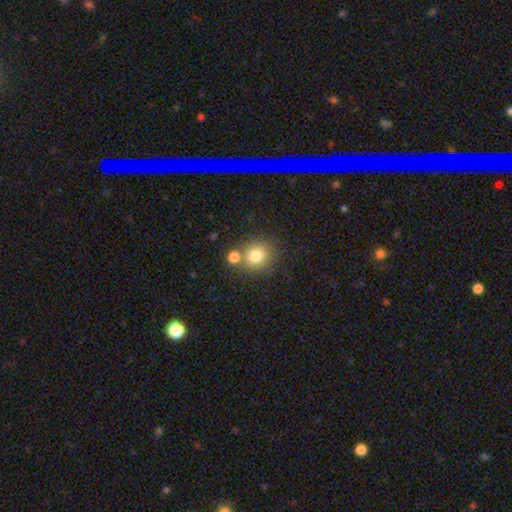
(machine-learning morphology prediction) Smooth or featured?
  - smooth: 79% *
  - star or artifact: 12%
  - featured or disk: 9%
How rounded?
  - round: 87% *
  - in between: 12%
  - cigar-shaped: 1%
Merging?
  - none: 70% *
  - merger: 18%
  - minor disturbance: 9%
  - major disturbance: 3%